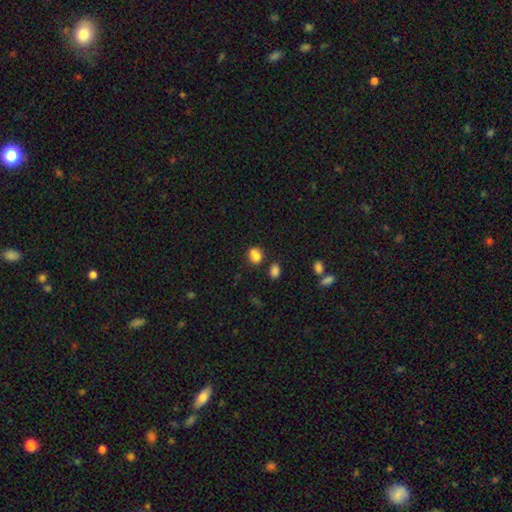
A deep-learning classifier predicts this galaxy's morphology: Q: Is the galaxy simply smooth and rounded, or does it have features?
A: smooth — 81%.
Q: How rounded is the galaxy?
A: round — 52%.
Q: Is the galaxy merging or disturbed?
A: none — 55%.